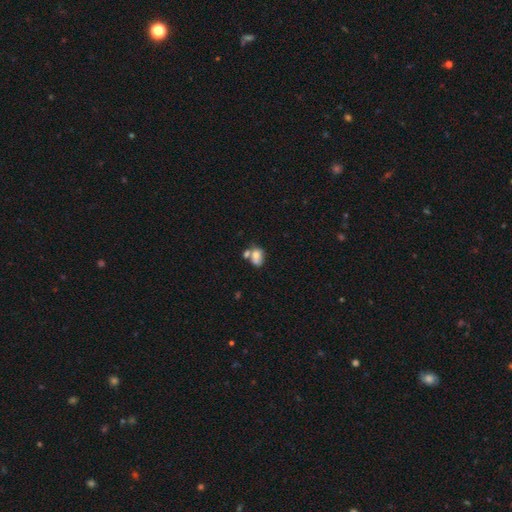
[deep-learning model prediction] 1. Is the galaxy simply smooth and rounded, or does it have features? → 69% smooth, 21% featured or disk, 10% star or artifact.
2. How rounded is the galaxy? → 72% in between, 27% round, 1% cigar-shaped.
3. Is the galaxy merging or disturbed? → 49% merger, 28% none, 14% minor disturbance, 8% major disturbance.